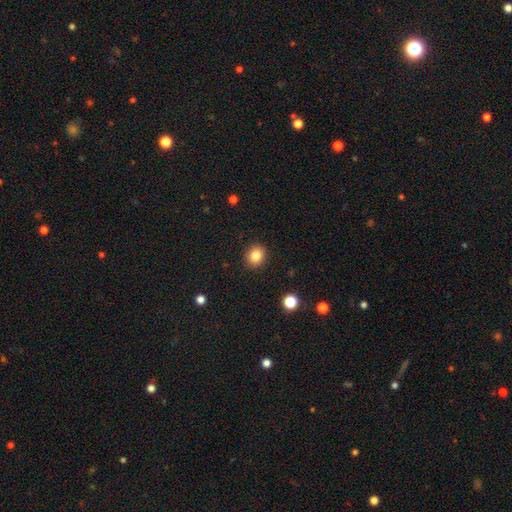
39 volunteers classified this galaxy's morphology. smooth_or_featured: smooth (p=0.85) [alt: star or artifact p=0.10]
how_rounded: round (p=0.64) [alt: in between p=0.36]
merging: none (p=0.94) [alt: minor disturbance p=0.06]